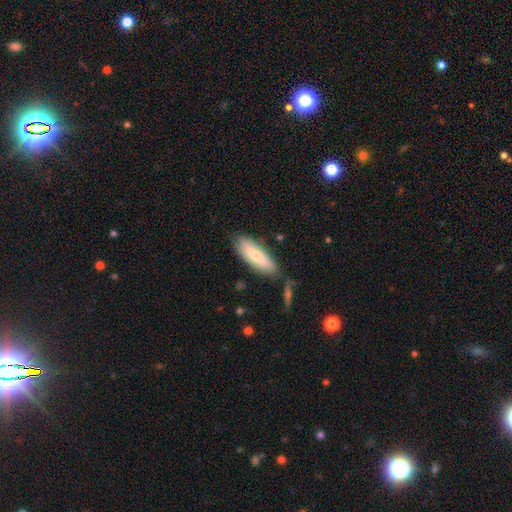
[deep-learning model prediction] Smooth or featured?
  - smooth: 71% *
  - featured or disk: 23%
  - star or artifact: 6%
How rounded?
  - in between: 55% *
  - cigar-shaped: 44%
  - round: 2%
Merging?
  - none: 74% *
  - minor disturbance: 17%
  - merger: 5%
  - major disturbance: 4%